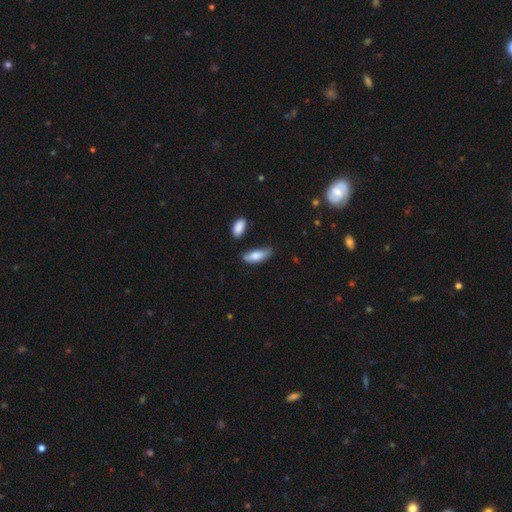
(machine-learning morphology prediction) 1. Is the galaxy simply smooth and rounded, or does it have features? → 78% smooth, 16% featured or disk, 6% star or artifact.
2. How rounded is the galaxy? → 66% in between, 32% cigar-shaped, 2% round.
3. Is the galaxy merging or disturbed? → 60% none, 28% minor disturbance, 6% major disturbance, 6% merger.